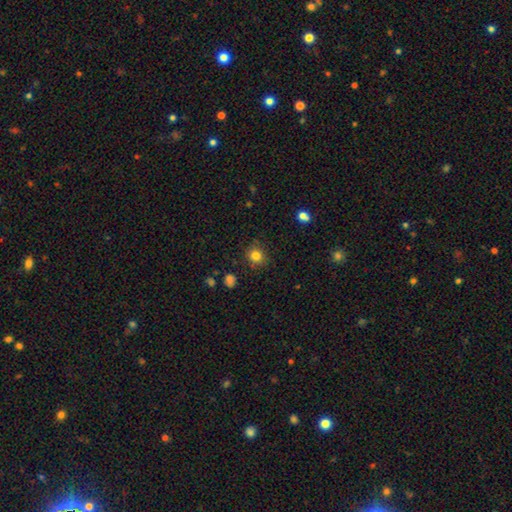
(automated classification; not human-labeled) Overall: smooth (82%). How rounded: round (85%). Merging: none (85%).